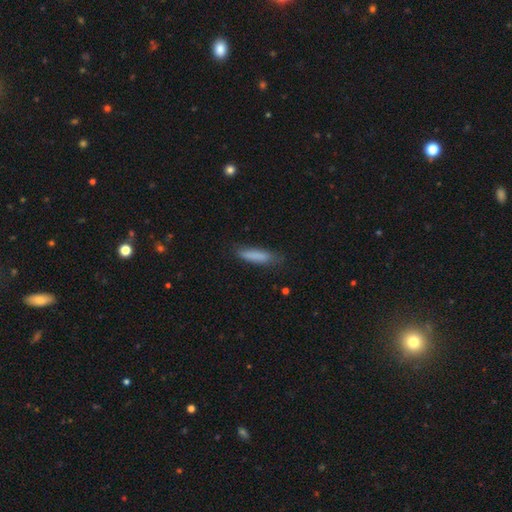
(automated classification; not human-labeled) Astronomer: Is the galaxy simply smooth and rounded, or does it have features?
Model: smooth — 84%.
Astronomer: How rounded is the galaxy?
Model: cigar-shaped — 76%.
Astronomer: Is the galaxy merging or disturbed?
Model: none — 77%.